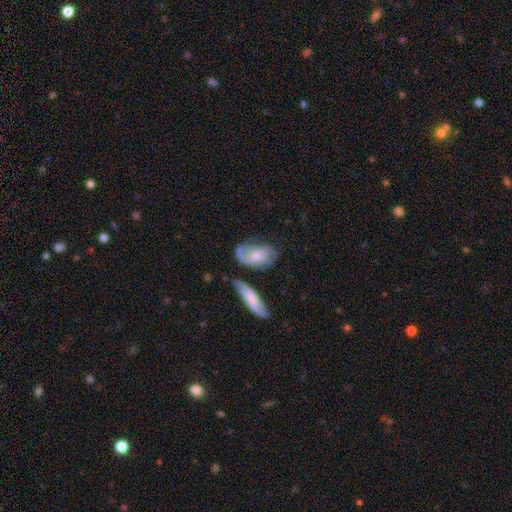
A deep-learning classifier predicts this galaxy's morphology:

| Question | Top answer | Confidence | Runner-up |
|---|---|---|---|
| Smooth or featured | featured or disk | 55% | smooth (39%) |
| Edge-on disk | no | 92% | yes (8%) |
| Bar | no | 72% | weak (24%) |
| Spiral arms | yes | 82% | no (18%) |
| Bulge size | small | 51% | moderate (38%) |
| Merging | none | 46% | minor disturbance (25%) |